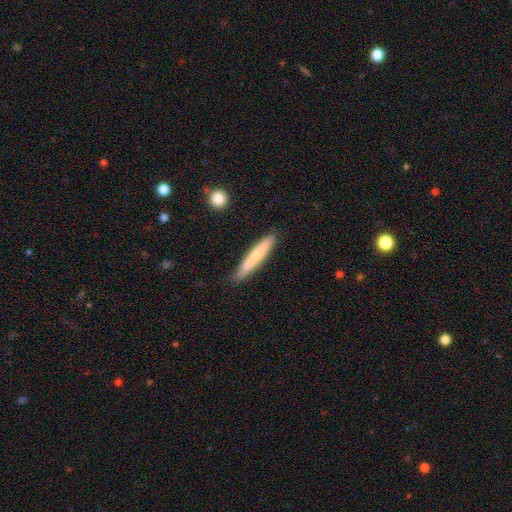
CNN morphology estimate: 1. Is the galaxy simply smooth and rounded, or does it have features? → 66% smooth, 29% featured or disk, 6% star or artifact.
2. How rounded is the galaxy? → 93% cigar-shaped, 5% in between, 1% round.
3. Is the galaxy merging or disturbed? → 87% none, 10% minor disturbance, 2% major disturbance, 2% merger.